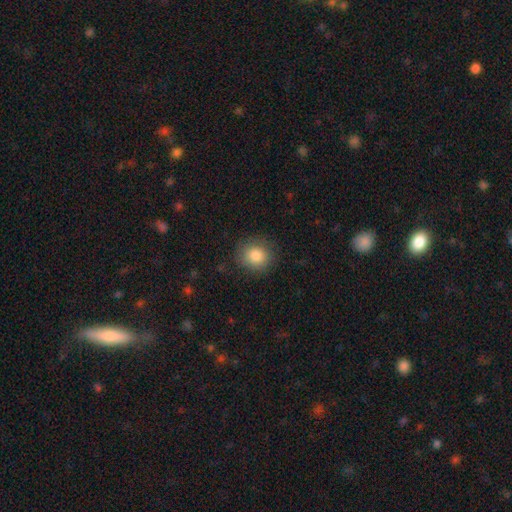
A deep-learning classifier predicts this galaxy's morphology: Q: Smooth or featured?
A: smooth (83%); runner-up: star or artifact (9%)
Q: How rounded?
A: round (81%); runner-up: in between (18%)
Q: Merging?
A: none (85%); runner-up: minor disturbance (11%)